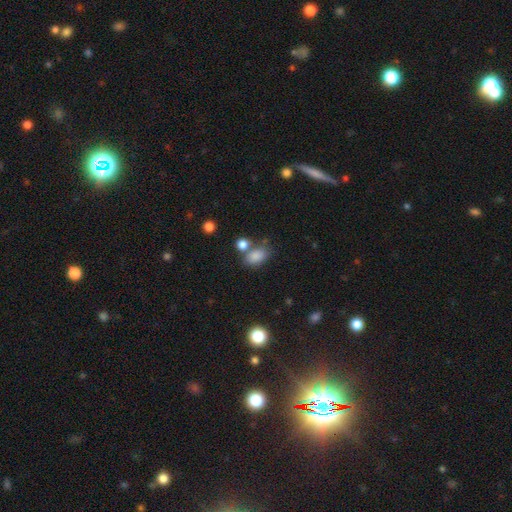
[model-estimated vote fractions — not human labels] smooth-or-featured: smooth: 83% | star or artifact: 11% | featured or disk: 7%
  how-rounded: in between: 82% | round: 17% | cigar-shaped: 2%
  merging: none: 56% | merger: 23% | minor disturbance: 15% | major disturbance: 6%